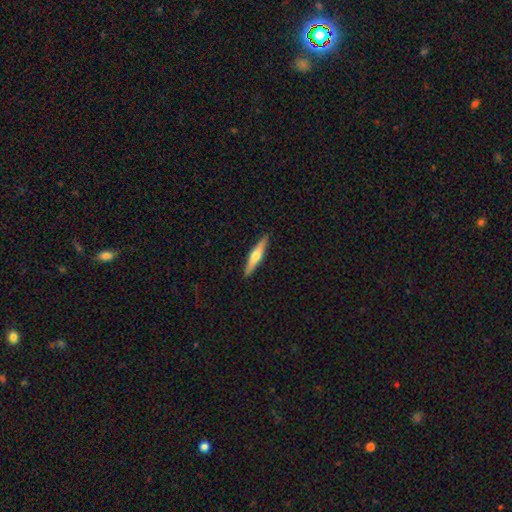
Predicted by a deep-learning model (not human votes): Smooth or featured? featured or disk (56%)
Edge-on disk? yes (96%)
Edge-on bulge? rounded (91%)
Merging? none (91%)